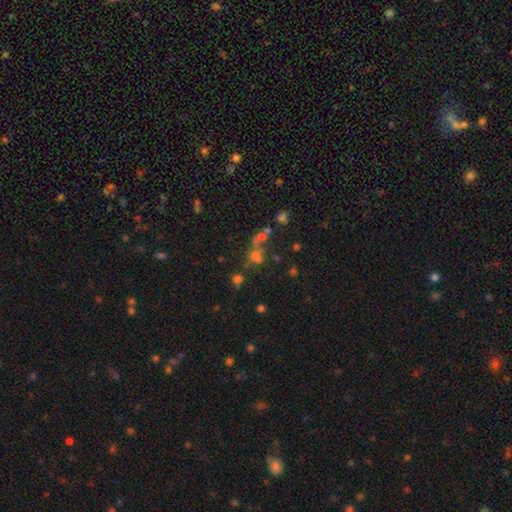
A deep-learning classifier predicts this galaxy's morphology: Smooth or featured: smooth — 45% (star or artifact — 35%)
Merging: none — 41% (merger — 40%)